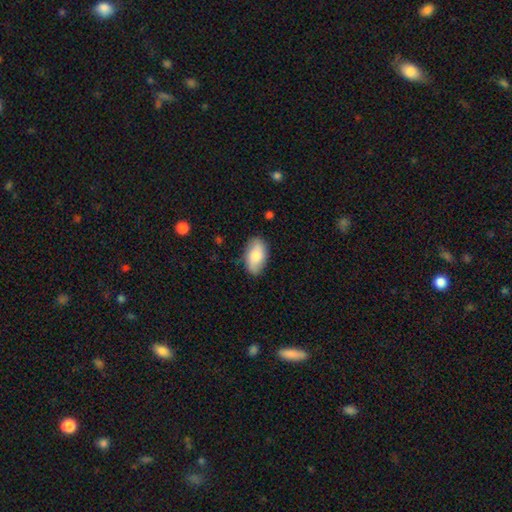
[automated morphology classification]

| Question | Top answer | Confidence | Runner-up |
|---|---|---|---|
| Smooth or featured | smooth | 80% | featured or disk (14%) |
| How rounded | in between | 94% | round (4%) |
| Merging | none | 84% | minor disturbance (13%) |